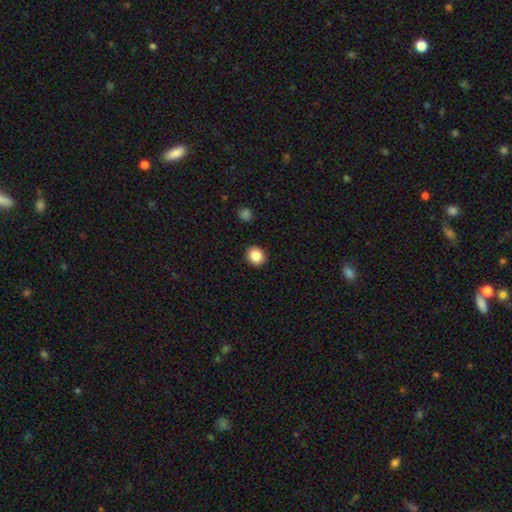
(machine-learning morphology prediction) Q: Smooth or featured?
A: smooth (86%); runner-up: star or artifact (9%)
Q: How rounded?
A: round (80%); runner-up: in between (19%)
Q: Merging?
A: none (91%); runner-up: minor disturbance (6%)